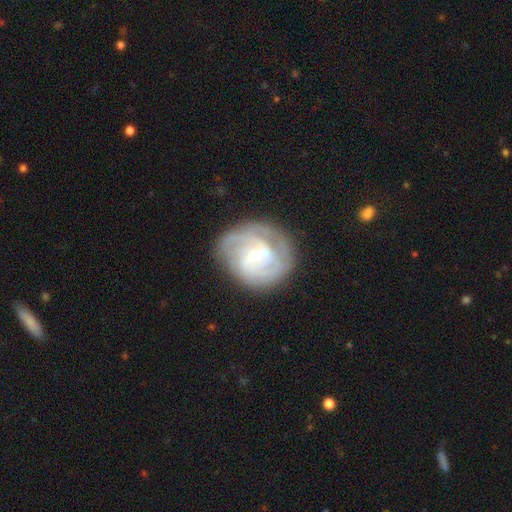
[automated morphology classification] Overall: featured or disk (82%). Edge-on disk: no (98%). Bar: weak (55%; no 26%). Spiral arms: yes (94%). Spiral arm count: 2 (37%; can't tell 27%). Spiral winding: tight (59%; medium 33%). Bulge size: small (67%; moderate 28%). Merging: none (76%).